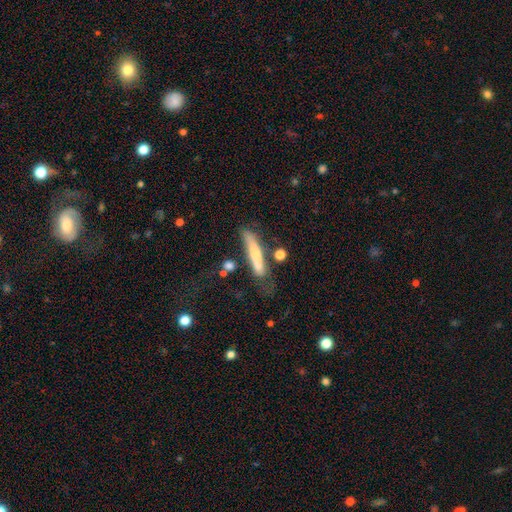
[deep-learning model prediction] Overall: smooth (58%; featured or disk 35%). How rounded: cigar-shaped (89%). Merging: none (53%; minor disturbance 24%).